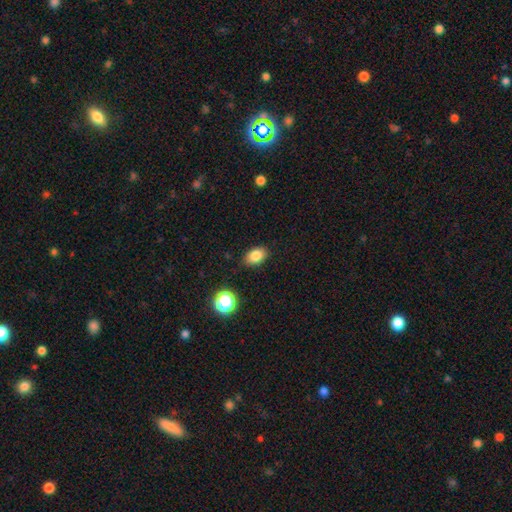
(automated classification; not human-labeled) Overall: smooth (83%). How rounded: in between (83%). Merging: none (84%).